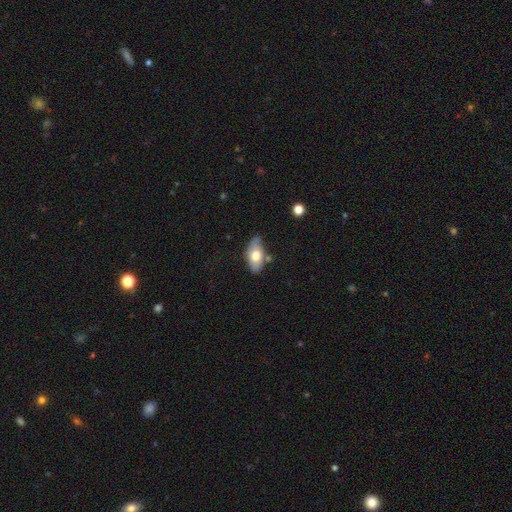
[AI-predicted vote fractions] smooth 65%, featured or disk 29%, star or artifact 6%. Down the decision tree: how rounded — in between (91%); merging — none (69%).